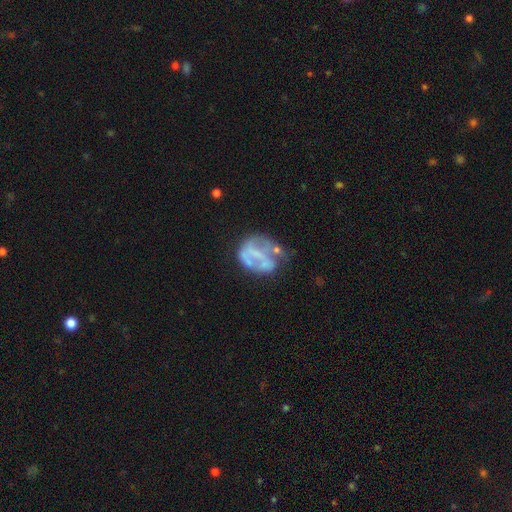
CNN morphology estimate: smooth_or_featured: featured or disk (p=0.59) [alt: smooth p=0.31]
disk_edge_on: no (p=0.97) [alt: yes p=0.03]
bar: no (p=0.59) [alt: weak p=0.24]
has_spiral_arms: no (p=0.77) [alt: yes p=0.23]
bulge_size: none (p=0.59) [alt: small p=0.23]
merging: none (p=0.35) [alt: major disturbance p=0.28]